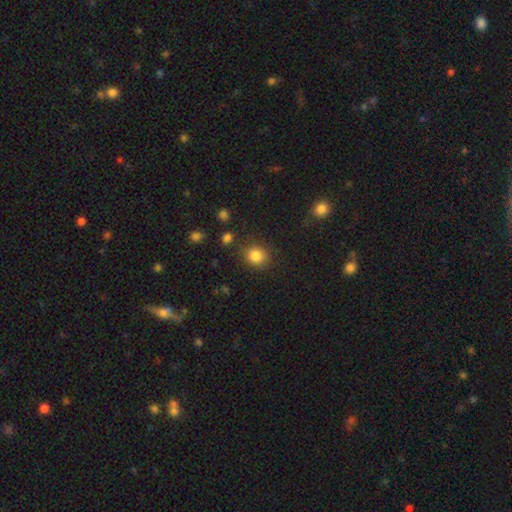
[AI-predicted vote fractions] smooth 85%, star or artifact 10%, featured or disk 5%. Down the decision tree: how rounded — round (79%); merging — none (84%).